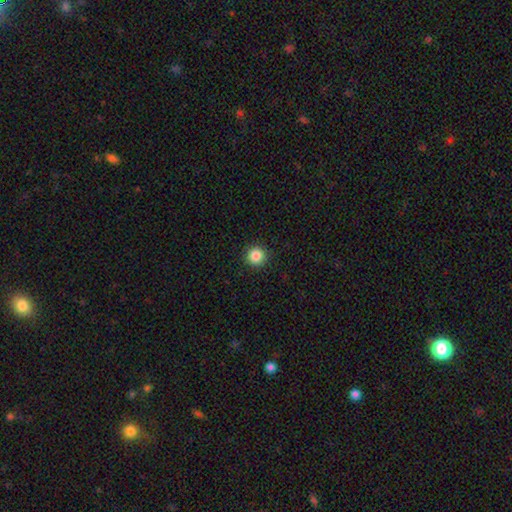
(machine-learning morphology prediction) A smooth galaxy with no disk features (86%) that is round (95%).

Vote fractions:
- Smooth or featured? smooth: 86% / star or artifact: 10% / featured or disk: 4%
- How rounded? round: 95% / in between: 4% / cigar-shaped: 1%
- Merging? none: 93% / minor disturbance: 5% / major disturbance: 2% / merger: 1%